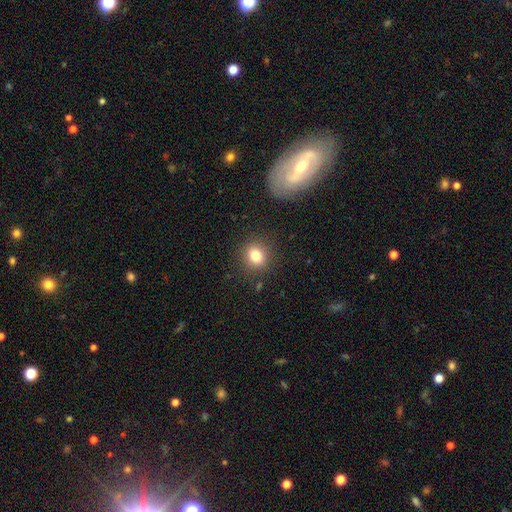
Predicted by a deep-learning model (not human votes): A smooth galaxy with no disk features (80%) that is round (74%).

Vote fractions:
- Smooth or featured? smooth: 80% / star or artifact: 12% / featured or disk: 8%
- How rounded? round: 74% / in between: 25% / cigar-shaped: 1%
- Merging? none: 87% / minor disturbance: 8% / major disturbance: 3% / merger: 1%